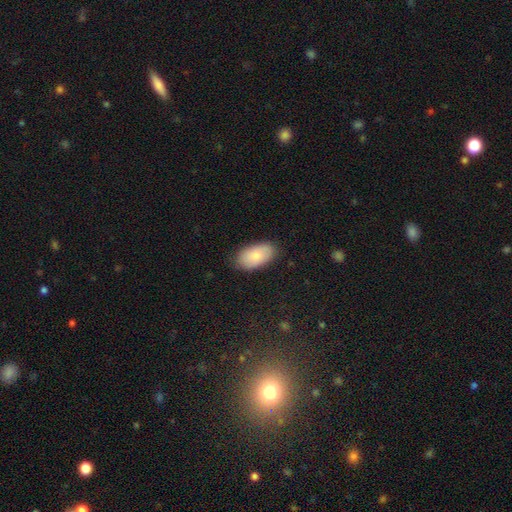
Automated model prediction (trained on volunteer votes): Q: Smooth or featured?
A: smooth (84%); runner-up: featured or disk (10%)
Q: How rounded?
A: in between (95%); runner-up: round (3%)
Q: Merging?
A: none (82%); runner-up: minor disturbance (14%)